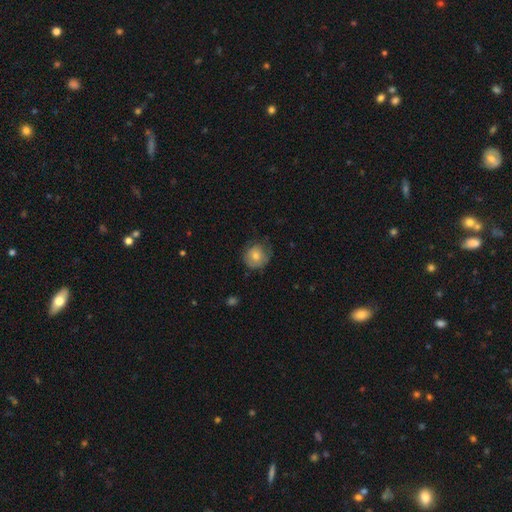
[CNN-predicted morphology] smooth_or_featured: smooth (p=0.70) [alt: featured or disk p=0.21]
how_rounded: round (p=0.83) [alt: in between p=0.16]
merging: none (p=0.57) [alt: minor disturbance p=0.29]